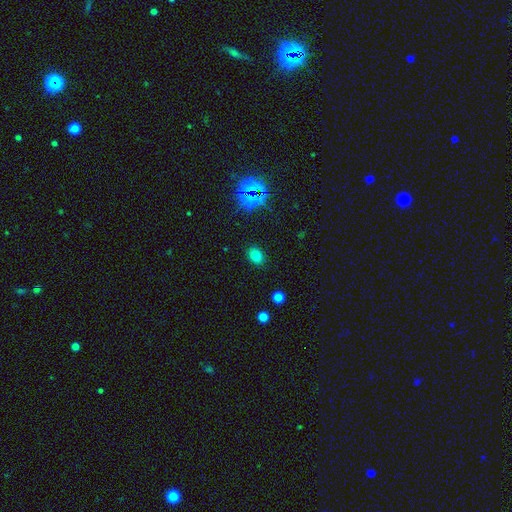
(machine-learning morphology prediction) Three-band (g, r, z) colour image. It shows a smooth galaxy with no disk features (76%) that is in between round and cigar-shaped (63%). Merging: none (88%).